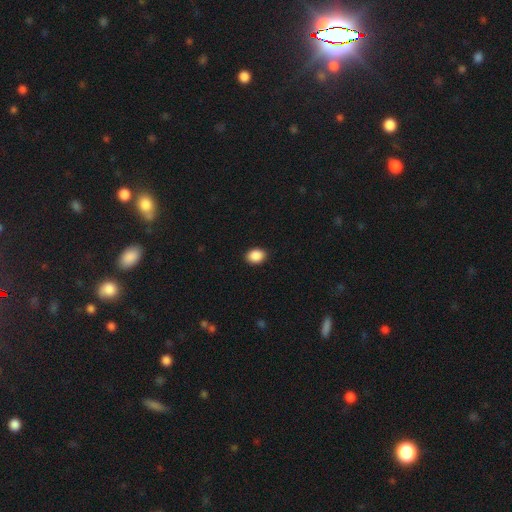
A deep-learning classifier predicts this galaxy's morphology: Smooth or featured? smooth (89%)
How rounded? in between (59%)
Merging? none (90%)